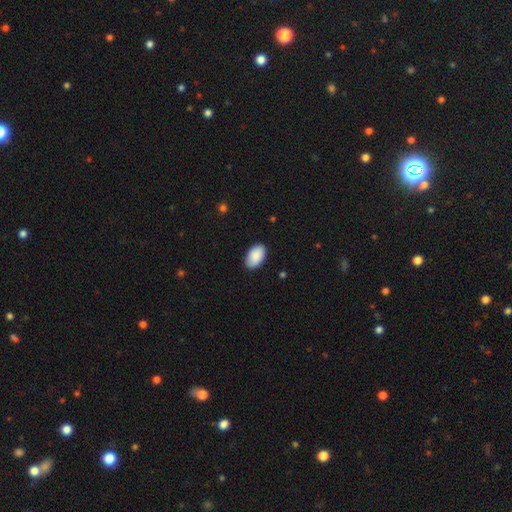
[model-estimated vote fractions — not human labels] Smooth or featured?
  - smooth: 90% *
  - star or artifact: 5%
  - featured or disk: 5%
How rounded?
  - in between: 95% *
  - round: 4%
  - cigar-shaped: 1%
Merging?
  - none: 88% *
  - minor disturbance: 9%
  - major disturbance: 2%
  - merger: 1%